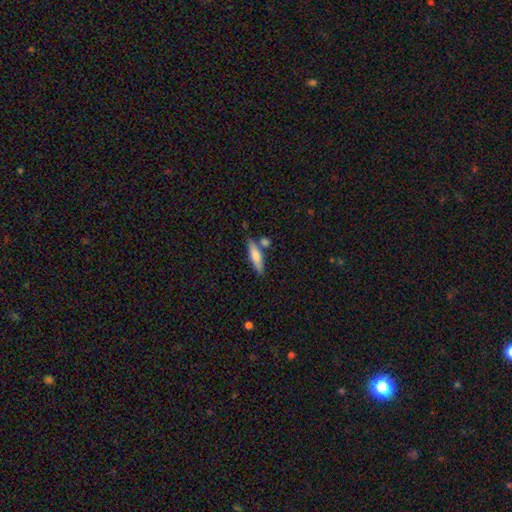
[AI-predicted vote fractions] Smooth or featured: smooth — 70% (featured or disk — 24%)
How rounded: cigar-shaped — 66% (in between — 31%)
Merging: none — 69% (merger — 15%)